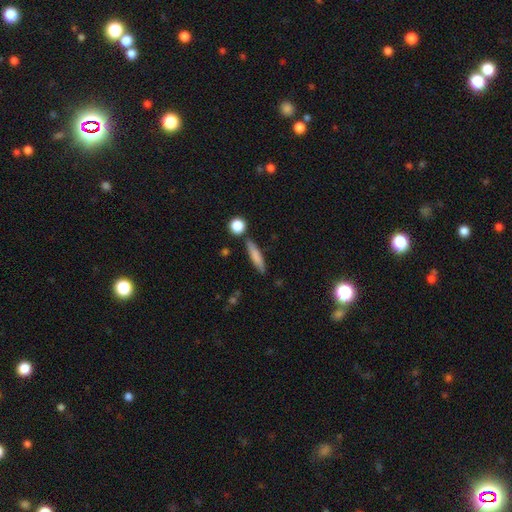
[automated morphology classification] Q: Smooth or featured?
A: smooth (78%); runner-up: featured or disk (16%)
Q: How rounded?
A: cigar-shaped (81%); runner-up: in between (16%)
Q: Merging?
A: none (81%); runner-up: minor disturbance (11%)